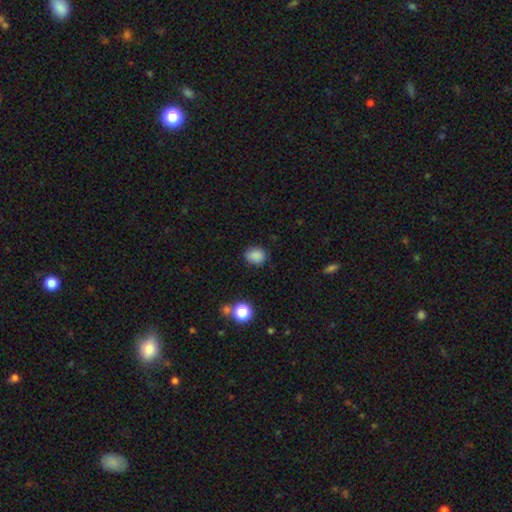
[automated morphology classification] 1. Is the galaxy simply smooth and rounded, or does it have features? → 86% smooth, 10% star or artifact, 4% featured or disk.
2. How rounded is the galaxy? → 59% round, 40% in between, 1% cigar-shaped.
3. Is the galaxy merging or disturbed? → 81% none, 14% minor disturbance, 3% major disturbance, 2% merger.